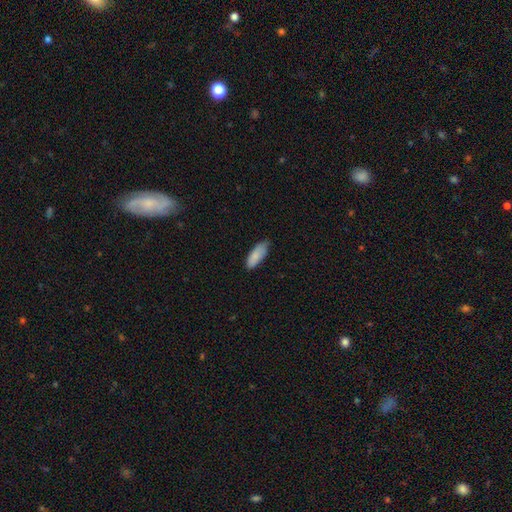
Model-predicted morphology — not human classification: smooth_or_featured: smooth (p=0.86) [alt: featured or disk p=0.08]
how_rounded: in between (p=0.75) [alt: cigar-shaped p=0.23]
merging: none (p=0.72) [alt: minor disturbance p=0.24]